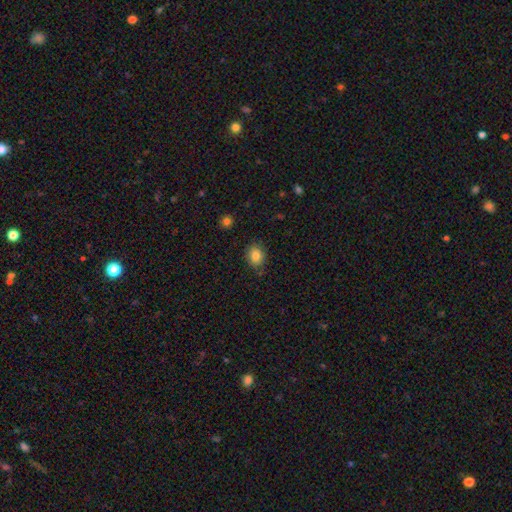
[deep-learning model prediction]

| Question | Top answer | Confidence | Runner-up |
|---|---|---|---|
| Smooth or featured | smooth | 83% | star or artifact (10%) |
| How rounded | round | 60% | in between (39%) |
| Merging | none | 81% | minor disturbance (14%) |